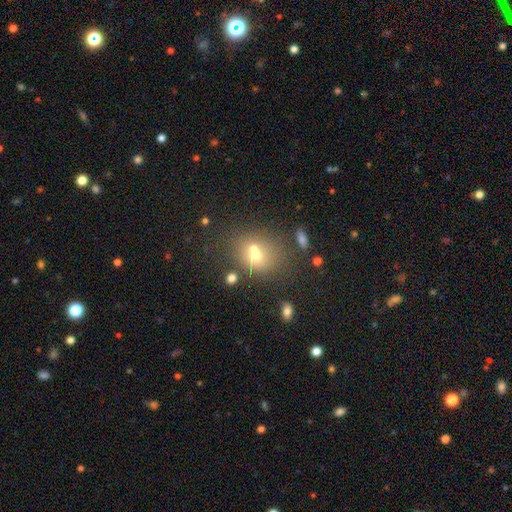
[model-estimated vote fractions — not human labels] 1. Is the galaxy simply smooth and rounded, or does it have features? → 61% smooth, 22% featured or disk, 17% star or artifact.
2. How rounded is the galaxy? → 60% round, 38% in between, 1% cigar-shaped.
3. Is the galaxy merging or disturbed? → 43% merger, 41% none, 11% minor disturbance, 6% major disturbance.